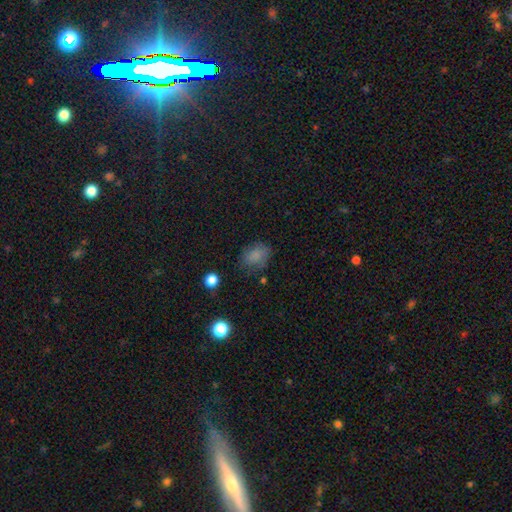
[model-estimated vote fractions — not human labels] This appears to be a smooth galaxy with no disk features (79%) that is in between round and cigar-shaped (63%). Merging: none (66%).